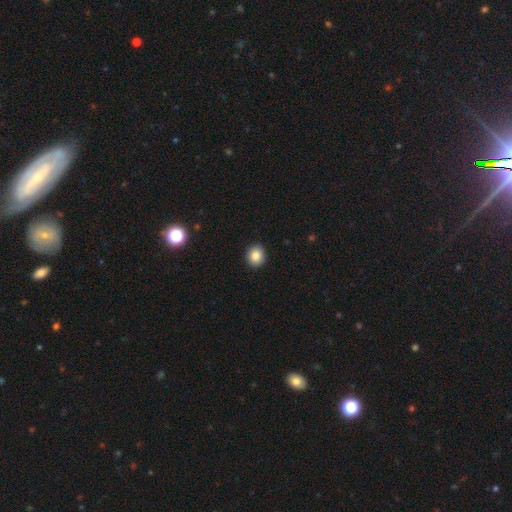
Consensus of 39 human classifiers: Q: Smooth or featured?
A: smooth (90%); runner-up: star or artifact (8%)
Q: How rounded?
A: round (80%); runner-up: in between (20%)
Q: Merging?
A: none (94%); runner-up: minor disturbance (6%)